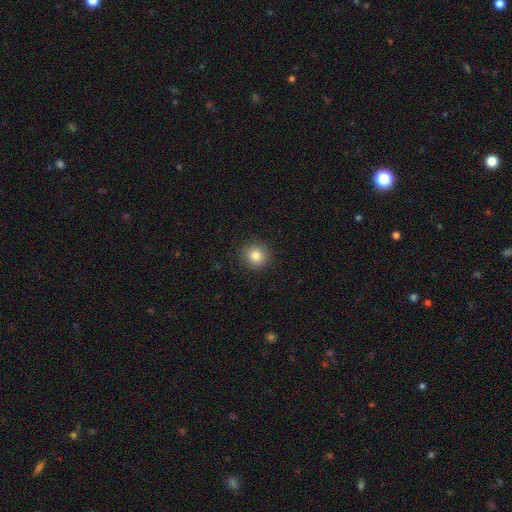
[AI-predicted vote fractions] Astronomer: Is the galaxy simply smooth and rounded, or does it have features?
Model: smooth — 84%.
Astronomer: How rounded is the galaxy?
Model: round — 93%.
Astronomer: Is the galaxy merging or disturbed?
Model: none — 91%.